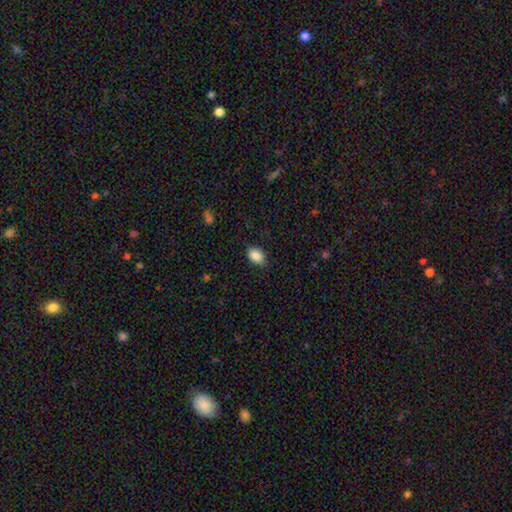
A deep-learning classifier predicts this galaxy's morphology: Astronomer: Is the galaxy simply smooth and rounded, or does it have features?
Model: smooth — 88%.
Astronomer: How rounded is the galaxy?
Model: in between — 82%.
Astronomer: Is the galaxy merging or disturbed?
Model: none — 87%.